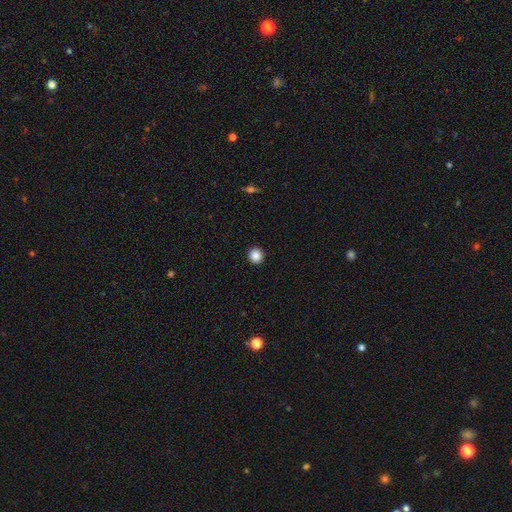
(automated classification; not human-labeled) smooth-or-featured: smooth: 86% | star or artifact: 10% | featured or disk: 3%
  how-rounded: round: 94% | in between: 5% | cigar-shaped: 1%
  merging: none: 94% | minor disturbance: 4% | major disturbance: 1% | merger: 1%